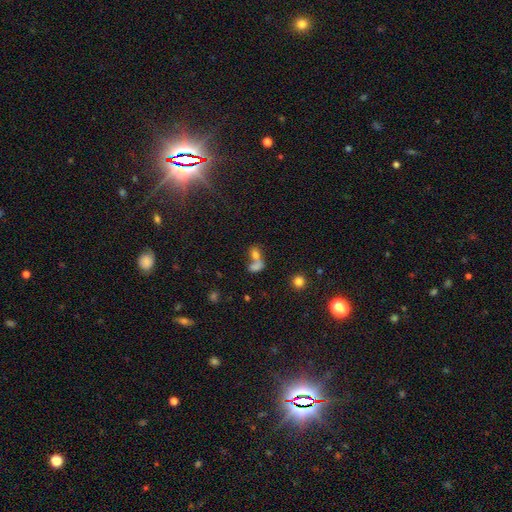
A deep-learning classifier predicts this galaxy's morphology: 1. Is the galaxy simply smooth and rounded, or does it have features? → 65% smooth, 18% star or artifact, 17% featured or disk.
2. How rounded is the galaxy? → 64% in between, 32% round, 4% cigar-shaped.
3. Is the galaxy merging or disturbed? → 65% merger, 23% none, 6% minor disturbance, 6% major disturbance.